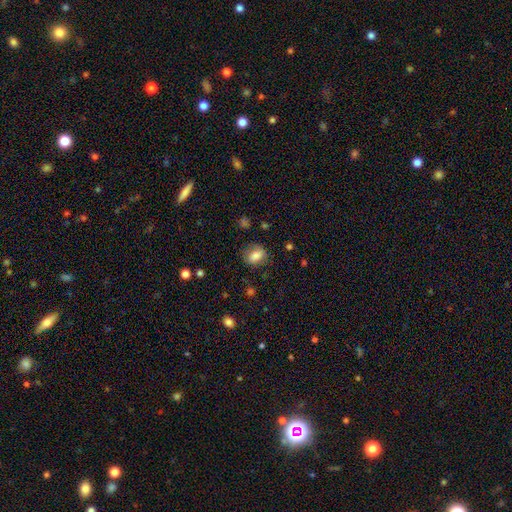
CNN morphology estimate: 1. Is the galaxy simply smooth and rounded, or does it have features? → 80% smooth, 10% featured or disk, 9% star or artifact.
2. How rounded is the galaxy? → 57% in between, 42% round, 1% cigar-shaped.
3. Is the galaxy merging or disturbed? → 76% none, 16% minor disturbance, 6% major disturbance, 1% merger.